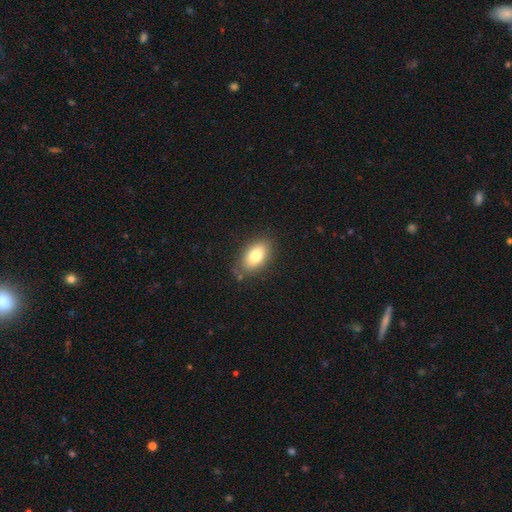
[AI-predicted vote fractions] This appears to be a smooth galaxy with no disk features (80%) that is in between round and cigar-shaped (91%). Merging: none (79%).